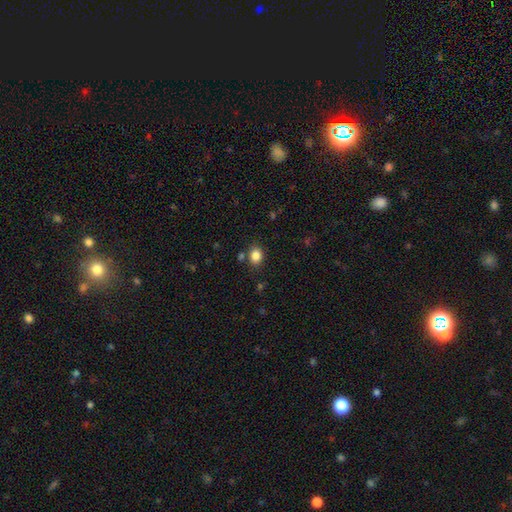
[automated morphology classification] smooth 85%, star or artifact 10%, featured or disk 4%. Down the decision tree: how rounded — in between (57%); merging — none (81%).